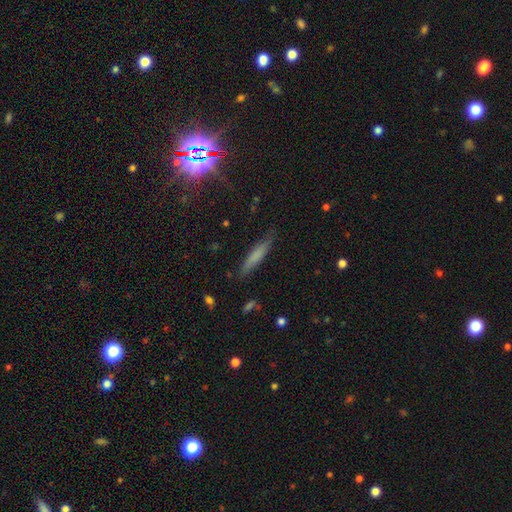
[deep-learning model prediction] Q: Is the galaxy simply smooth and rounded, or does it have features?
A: smooth — 66%.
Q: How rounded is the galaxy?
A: cigar-shaped — 88%.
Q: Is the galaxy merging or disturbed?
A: none — 82%.